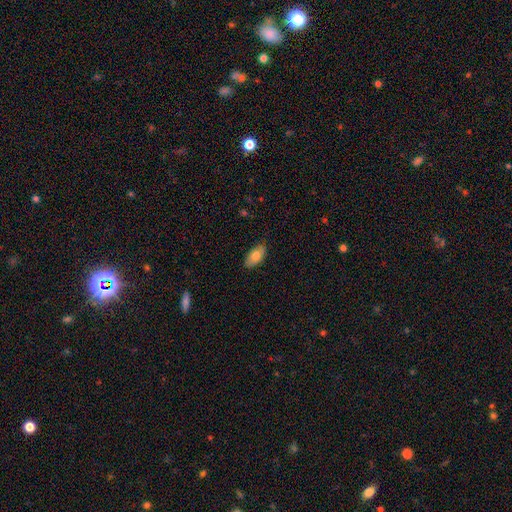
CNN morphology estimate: smooth-or-featured: smooth: 77% | featured or disk: 17% | star or artifact: 7%
  how-rounded: in between: 92% | cigar-shaped: 4% | round: 3%
  merging: none: 83% | minor disturbance: 14% | major disturbance: 2% | merger: 1%